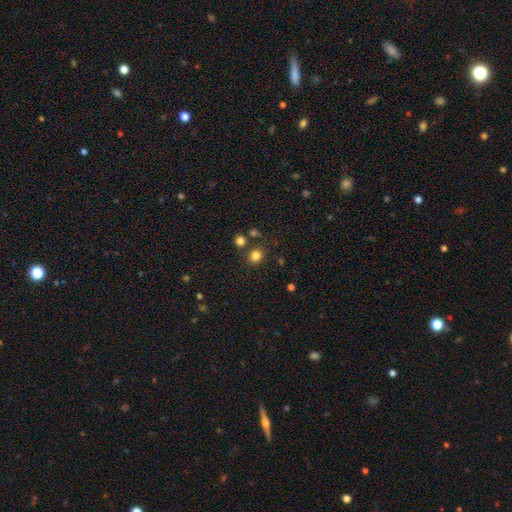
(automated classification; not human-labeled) The model was most divided on "how rounded": round: 77%, in between: 22%, cigar-shaped: 1%. More confident: smooth or featured — smooth (81%); merging — none (80%).